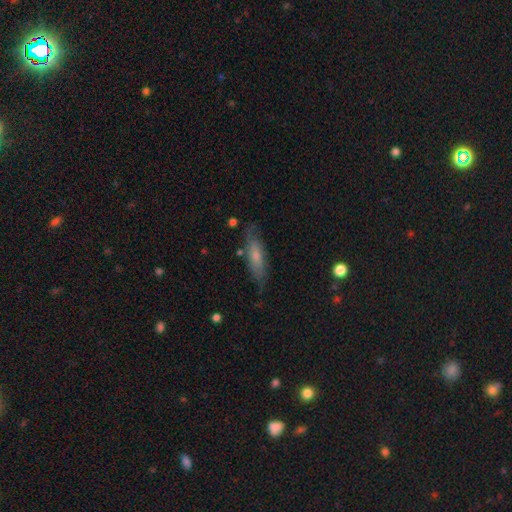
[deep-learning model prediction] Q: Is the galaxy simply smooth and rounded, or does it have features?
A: smooth — 58%.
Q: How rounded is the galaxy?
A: cigar-shaped — 62%.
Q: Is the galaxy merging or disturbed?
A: none — 73%.